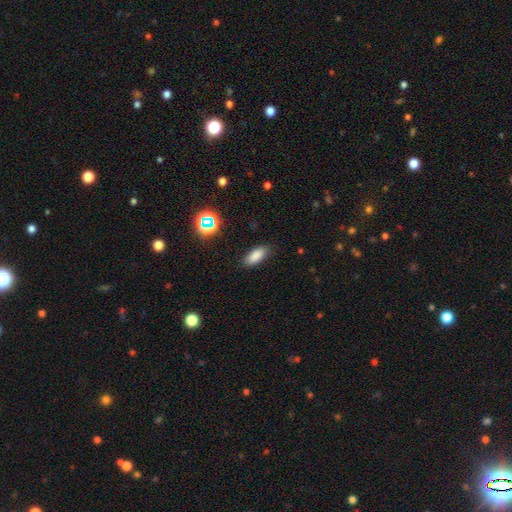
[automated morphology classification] This is clearly a smooth galaxy (84%). How rounded: clearly in between (81%). Merging: clearly none (86%).